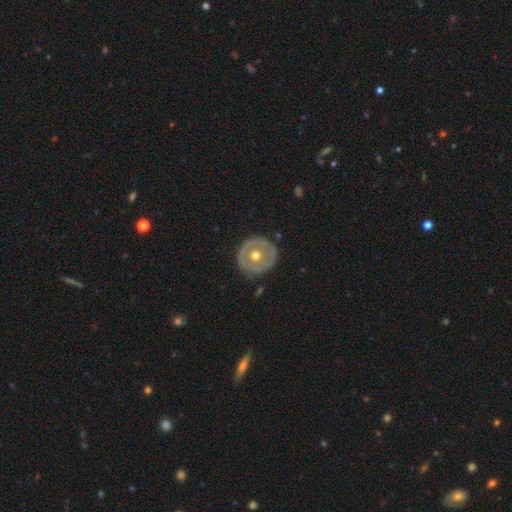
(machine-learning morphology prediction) The model was most divided on "smooth or featured": featured or disk: 58%, smooth: 37%, star or artifact: 5%. More confident: edge-on disk — no (95%); bar — no (89%); spiral arms — no (84%); merging — none (81%); bulge size — moderate (80%).